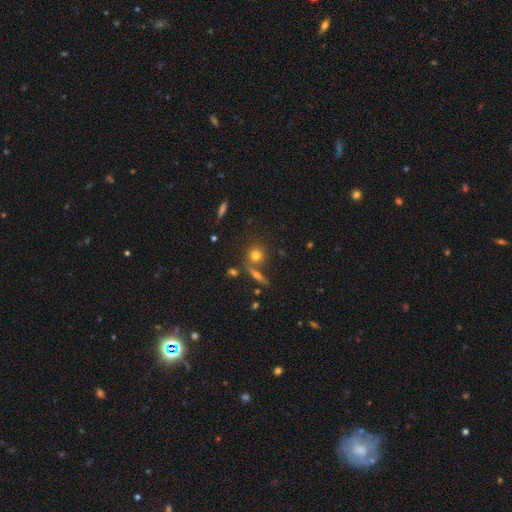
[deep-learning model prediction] Overall: smooth (70%). How rounded: round (84%). Merging: none (68%).